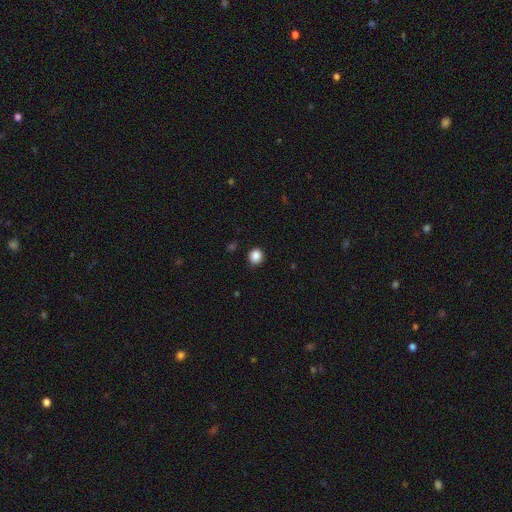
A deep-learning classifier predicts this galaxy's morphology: Overall: smooth (87%). How rounded: round (86%). Merging: none (88%).